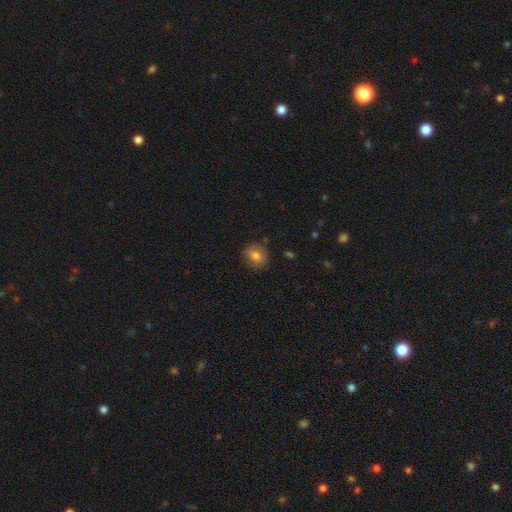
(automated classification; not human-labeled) smooth 77%, featured or disk 13%, star or artifact 10%. Down the decision tree: how rounded — round (76%); merging — none (81%).